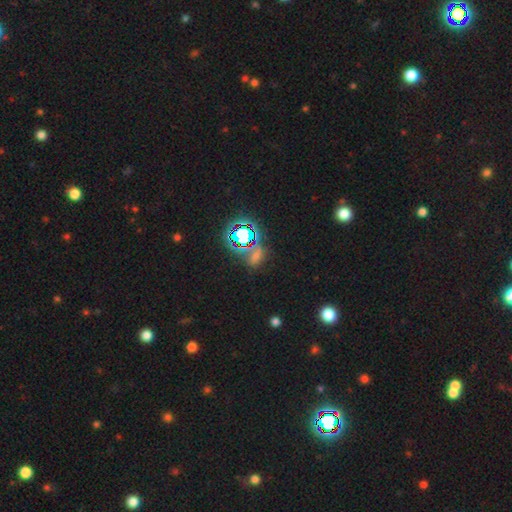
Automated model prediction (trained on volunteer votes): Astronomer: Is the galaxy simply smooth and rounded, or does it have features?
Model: star or artifact — 60%.